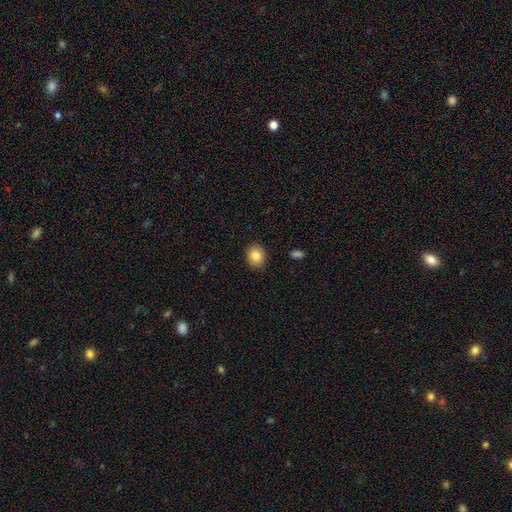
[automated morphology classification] Q: Smooth or featured?
A: smooth (84%); runner-up: star or artifact (9%)
Q: How rounded?
A: round (67%); runner-up: in between (32%)
Q: Merging?
A: none (90%); runner-up: minor disturbance (7%)